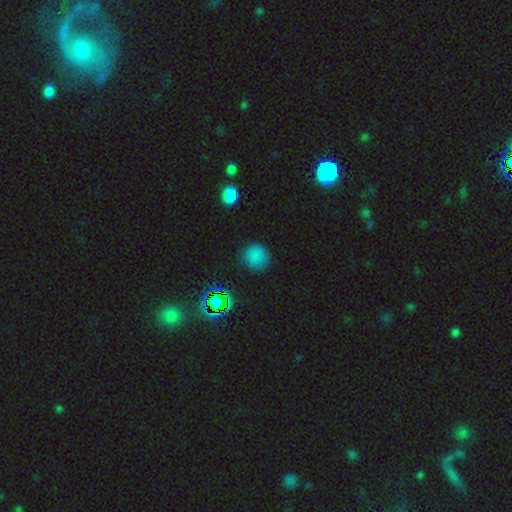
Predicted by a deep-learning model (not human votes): This is likely a smooth galaxy (74%). How rounded: clearly round (88%). Merging: clearly none (81%).